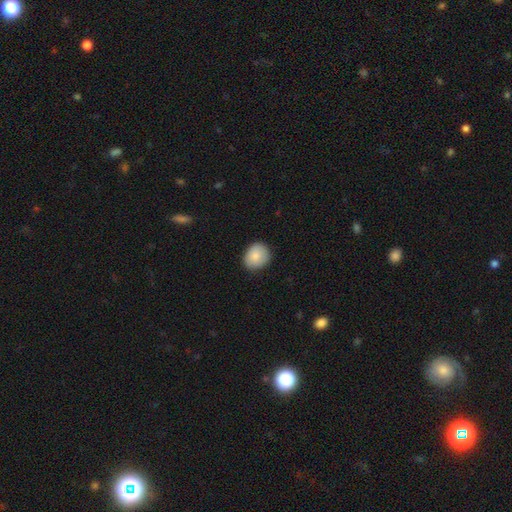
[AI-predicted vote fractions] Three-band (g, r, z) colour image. It shows a smooth galaxy with no disk features (86%) that is round (67%). Merging: none (85%).